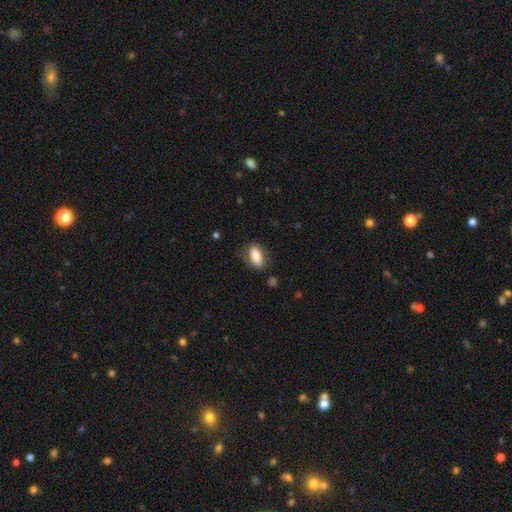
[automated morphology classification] This appears to be a smooth galaxy with no disk features (80%) that is in between round and cigar-shaped (85%). Merging: none (74%).